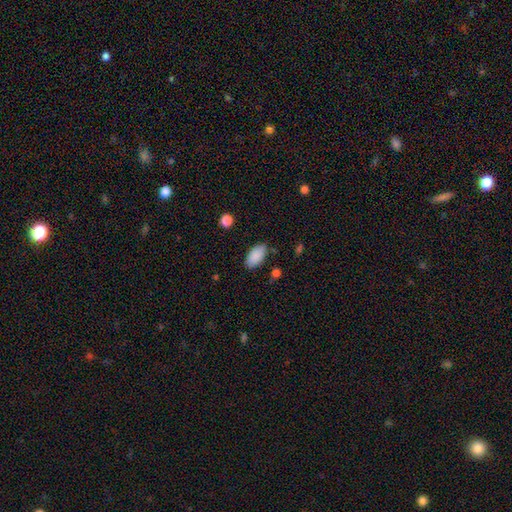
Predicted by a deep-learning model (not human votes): A smooth galaxy with no disk features (89%) that is in between round and cigar-shaped (94%). Merging: none (83%).